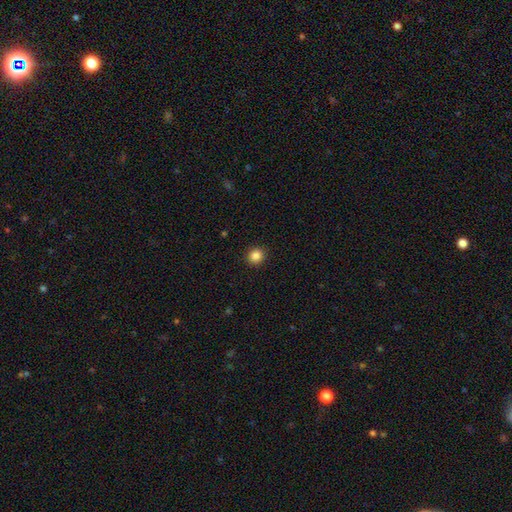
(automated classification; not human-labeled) smooth_or_featured: smooth (p=0.85) [alt: star or artifact p=0.11]
how_rounded: round (p=0.88) [alt: in between p=0.11]
merging: none (p=0.92) [alt: minor disturbance p=0.05]